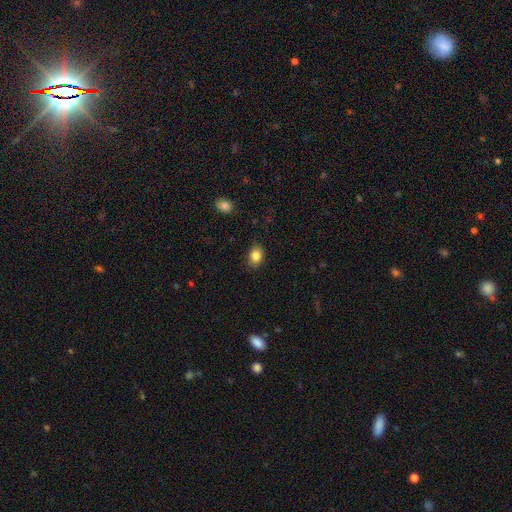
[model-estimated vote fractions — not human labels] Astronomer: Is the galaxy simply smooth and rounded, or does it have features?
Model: smooth — 85%.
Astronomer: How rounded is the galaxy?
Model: in between — 63%.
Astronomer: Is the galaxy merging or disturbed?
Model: none — 83%.